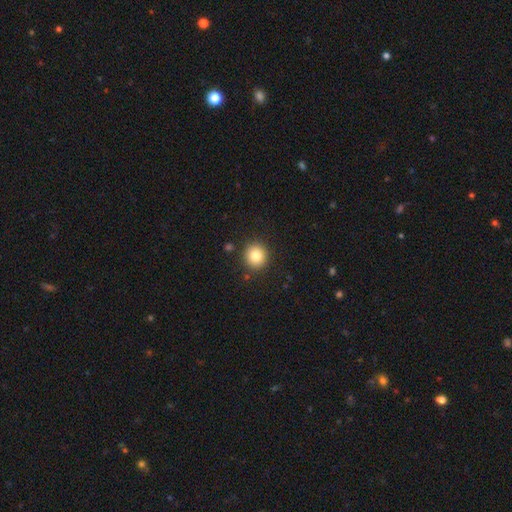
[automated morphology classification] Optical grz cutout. It shows a smooth galaxy with no disk features (83%) that is round (90%). Merging: none (89%).